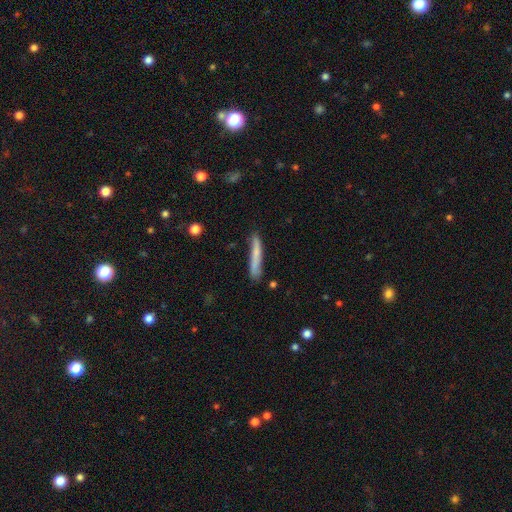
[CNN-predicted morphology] Overall: smooth (68%). How rounded: cigar-shaped (95%). Merging: none (76%).